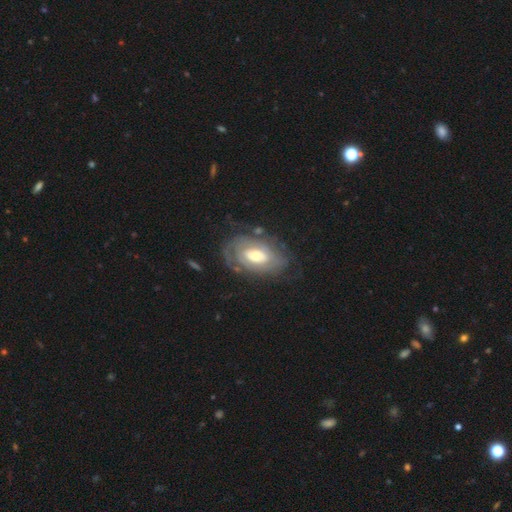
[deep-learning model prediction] A featured or disk galaxy (78%) with no bar (56%), tight (75%) spiral arms (81%) and a moderate central bulge (62%).

Vote fractions:
- Smooth or featured? featured or disk: 78% / smooth: 17% / star or artifact: 5%
- Edge-on disk? no: 95% / yes: 5%
- Bar? no: 56% / weak: 32% / strong: 12%
- Spiral arms? yes: 81% / no: 19%
- Spiral winding? tight: 75% / medium: 18% / loose: 7%
- Spiral arm count? can't tell: 52% / 2: 25% / 3: 8% / 1: 6% / 4: 5% / more than 4: 4%
- Bulge size? moderate: 62% / small: 25% / large: 10% / dominant: 1% / none: 1%
- Merging? none: 69% / minor disturbance: 18% / major disturbance: 10% / merger: 2%